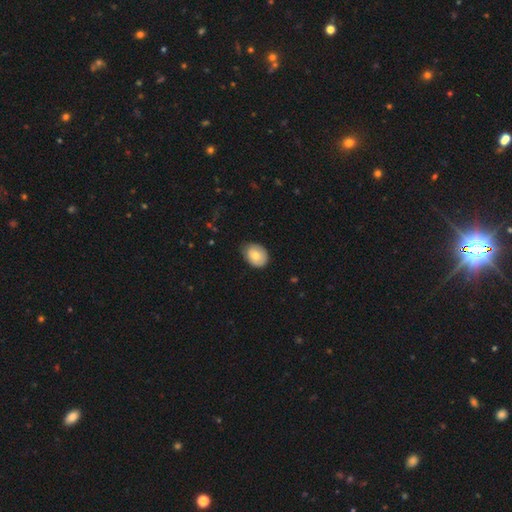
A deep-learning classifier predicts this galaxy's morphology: smooth-or-featured: smooth: 77% | featured or disk: 16% | star or artifact: 7%
  how-rounded: in between: 62% | round: 37% | cigar-shaped: 1%
  merging: none: 69% | minor disturbance: 26% | major disturbance: 4% | merger: 1%